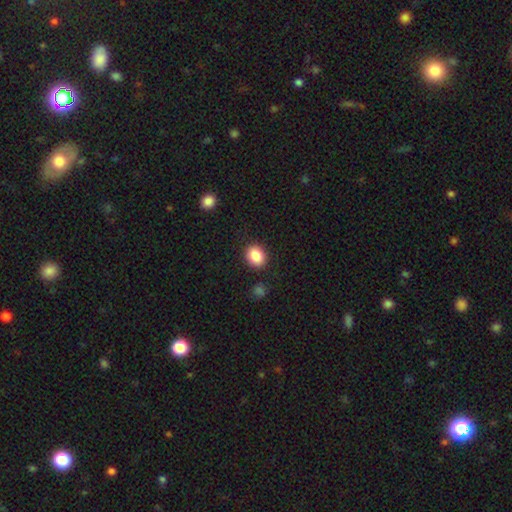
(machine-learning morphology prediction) Smooth or featured? smooth (87%)
How rounded? round (52%)
Merging? none (87%)